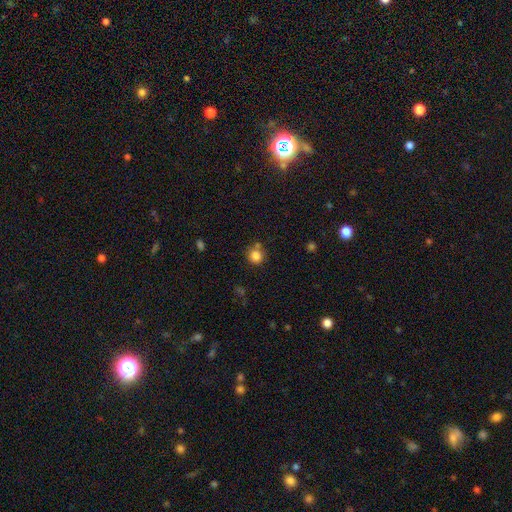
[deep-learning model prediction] smooth_or_featured: smooth (p=0.83) [alt: star or artifact p=0.12]
how_rounded: round (p=0.90) [alt: in between p=0.10]
merging: none (p=0.72) [alt: minor disturbance p=0.13]